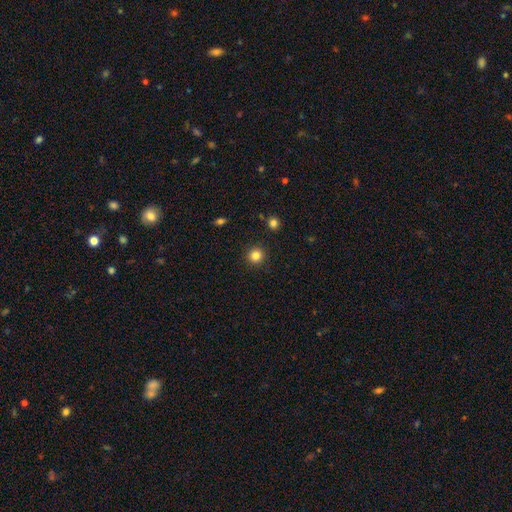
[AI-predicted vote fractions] Smooth or featured?
  - smooth: 83% *
  - star or artifact: 12%
  - featured or disk: 5%
How rounded?
  - round: 94% *
  - in between: 5%
  - cigar-shaped: 1%
Merging?
  - none: 92% *
  - minor disturbance: 5%
  - major disturbance: 2%
  - merger: 1%